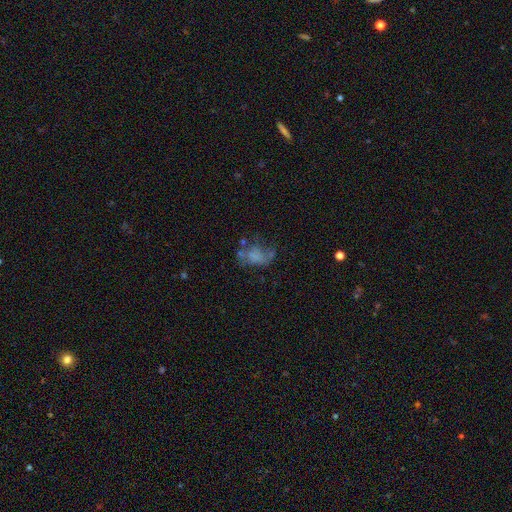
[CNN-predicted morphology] smooth_or_featured: smooth (p=0.50) [alt: featured or disk p=0.35]
how_rounded: in between (p=0.76) [alt: round p=0.22]
merging: none (p=0.36) [alt: major disturbance p=0.28]